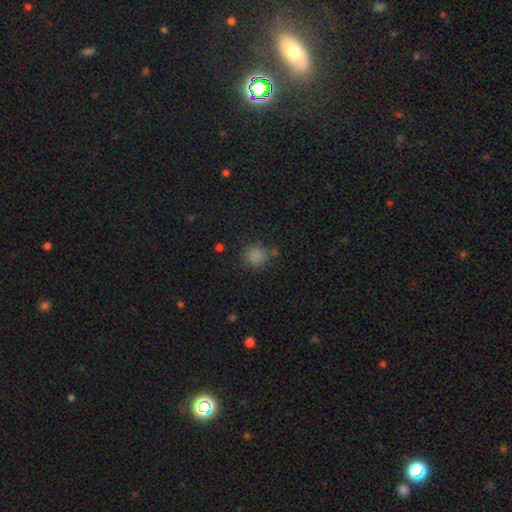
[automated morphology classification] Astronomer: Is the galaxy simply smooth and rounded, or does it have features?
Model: smooth — 82%.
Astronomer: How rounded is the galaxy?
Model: round — 86%.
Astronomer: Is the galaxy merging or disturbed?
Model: none — 76%.